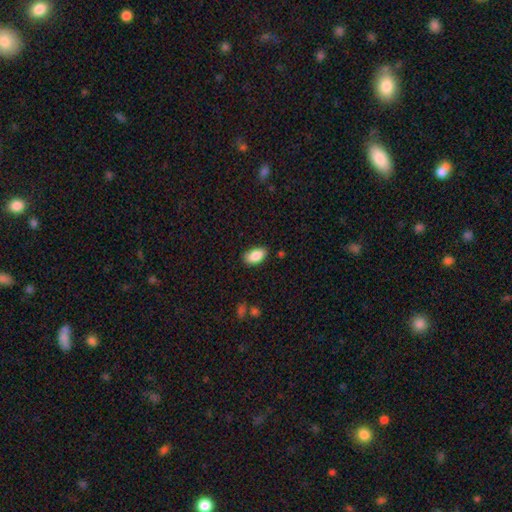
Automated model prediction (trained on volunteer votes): The model was most divided on "merging": none: 82%, minor disturbance: 14%, major disturbance: 3%, merger: 2%. More confident: how rounded — in between (93%); smooth or featured — smooth (88%).